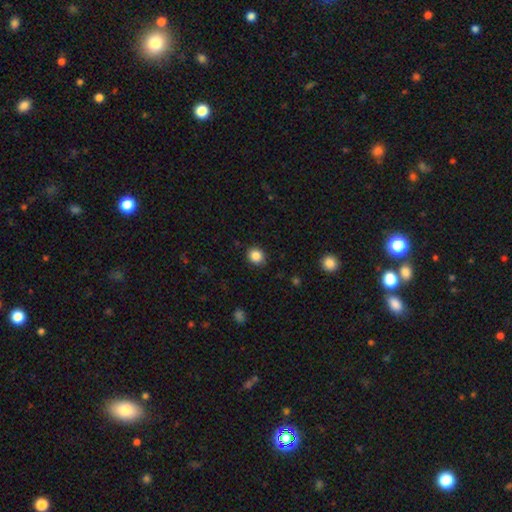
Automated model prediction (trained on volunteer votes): Overall: smooth (85%). How rounded: round (78%). Merging: none (89%).